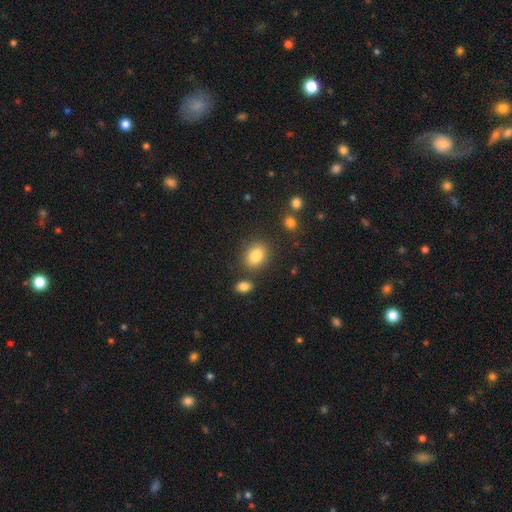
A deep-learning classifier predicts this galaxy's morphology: type=smooth (84%); roundness=in between (65%); merging=none (78%).